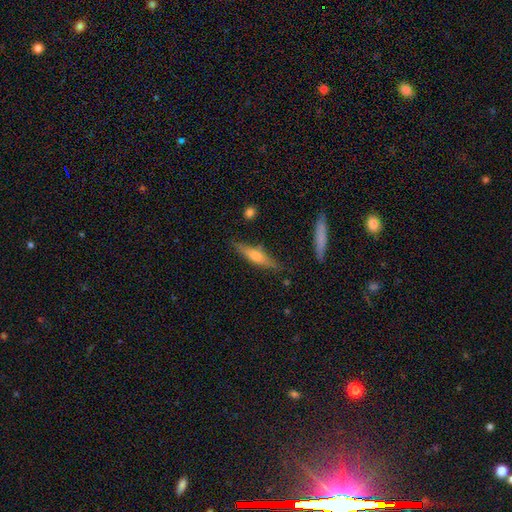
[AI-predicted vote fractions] This is possibly a smooth galaxy (52%). How rounded: likely cigar-shaped (76%). Merging: likely none (79%).